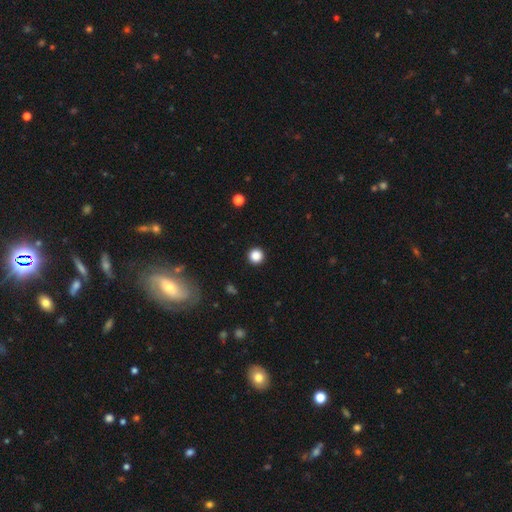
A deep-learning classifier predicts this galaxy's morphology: This is clearly a smooth galaxy (86%). How rounded: clearly round (96%). Merging: clearly none (93%).